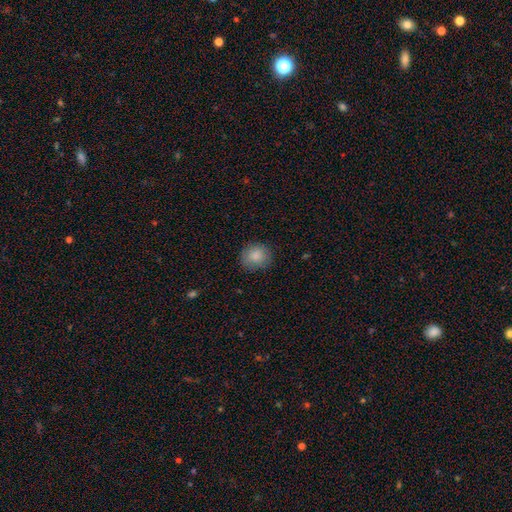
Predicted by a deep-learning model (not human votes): This is clearly a smooth galaxy (86%). How rounded: likely round (78%). Merging: clearly none (83%).